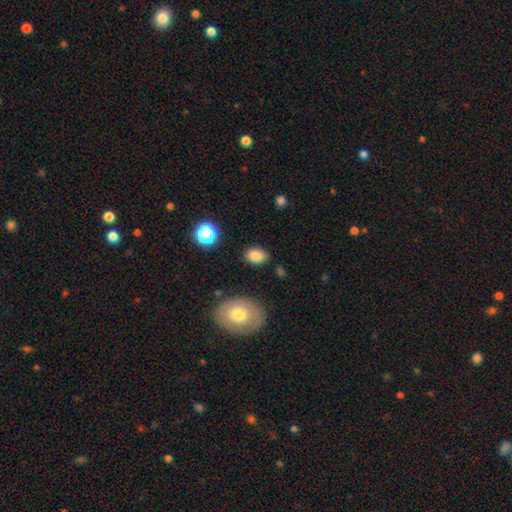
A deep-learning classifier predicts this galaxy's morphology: smooth_or_featured: smooth (p=0.84) [alt: star or artifact p=0.10]
how_rounded: in between (p=0.79) [alt: round p=0.20]
merging: none (p=0.83) [alt: minor disturbance p=0.12]